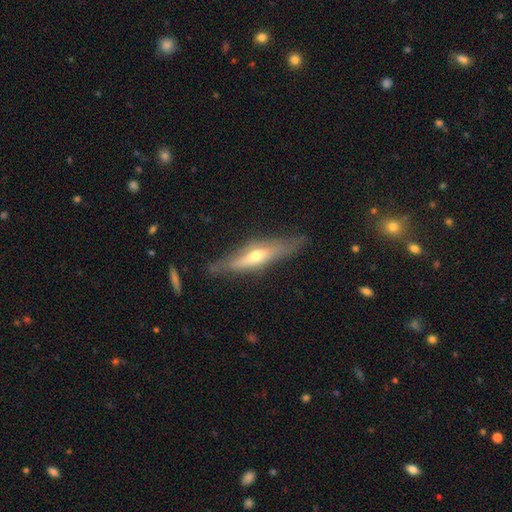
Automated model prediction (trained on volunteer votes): Smooth or featured?
  - featured or disk: 64% *
  - smooth: 29%
  - star or artifact: 6%
Edge-on disk?
  - yes: 87% *
  - no: 13%
Edge-on bulge?
  - rounded: 86% *
  - none: 9%
  - boxy: 6%
Merging?
  - none: 76% *
  - minor disturbance: 17%
  - major disturbance: 5%
  - merger: 2%